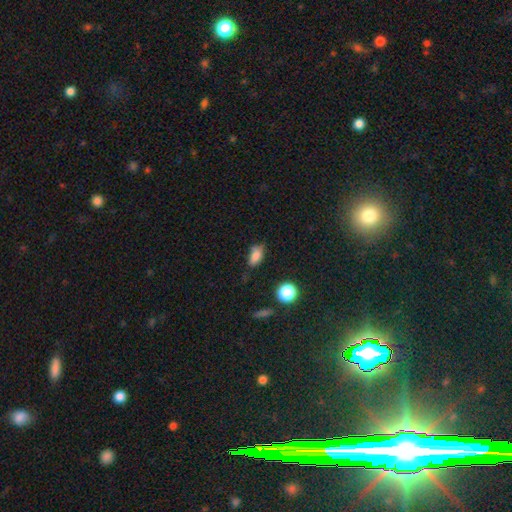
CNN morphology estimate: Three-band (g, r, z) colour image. It shows a smooth galaxy with no disk features (82%) that is in between round and cigar-shaped (84%). Merging: none (61%).